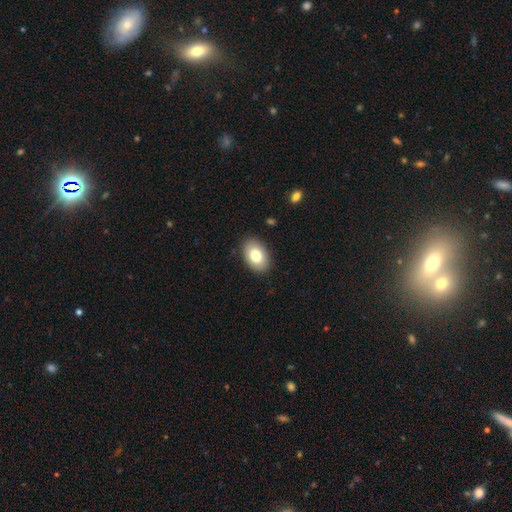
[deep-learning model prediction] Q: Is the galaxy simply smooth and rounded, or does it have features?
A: smooth — 79%.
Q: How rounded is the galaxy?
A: in between — 88%.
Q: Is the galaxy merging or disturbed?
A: none — 88%.